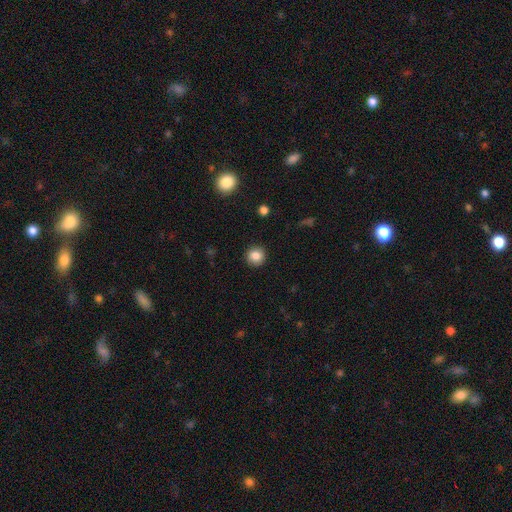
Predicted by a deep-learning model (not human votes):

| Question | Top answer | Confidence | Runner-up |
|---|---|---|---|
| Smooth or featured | smooth | 85% | star or artifact (10%) |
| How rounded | round | 93% | in between (6%) |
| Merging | none | 91% | minor disturbance (6%) |